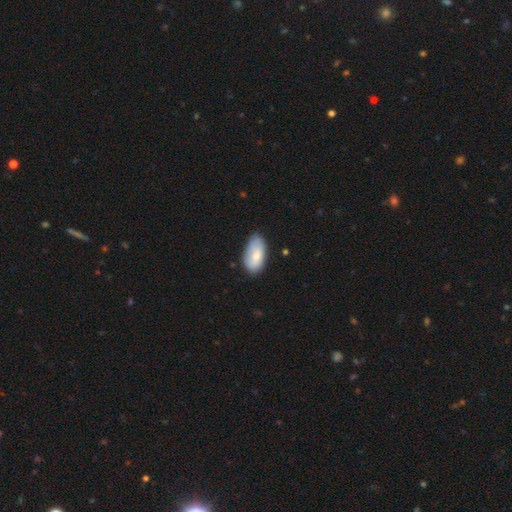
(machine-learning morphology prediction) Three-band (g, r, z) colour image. It shows a smooth galaxy with no disk features (74%) that is in between round and cigar-shaped (94%). Merging: none (69%).